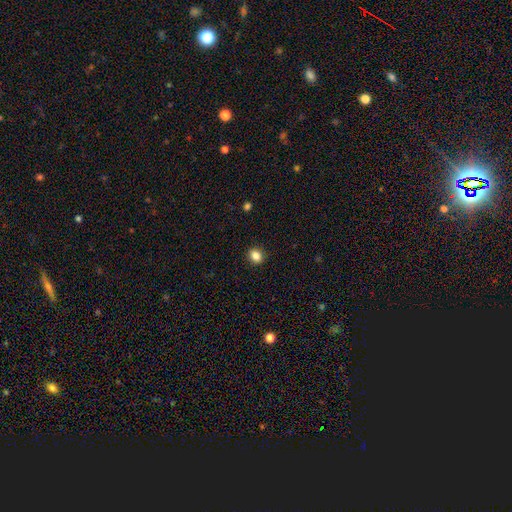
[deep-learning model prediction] The model was most divided on "how rounded": round: 65%, in between: 34%, cigar-shaped: 1%. More confident: merging — none (90%); smooth or featured — smooth (85%).